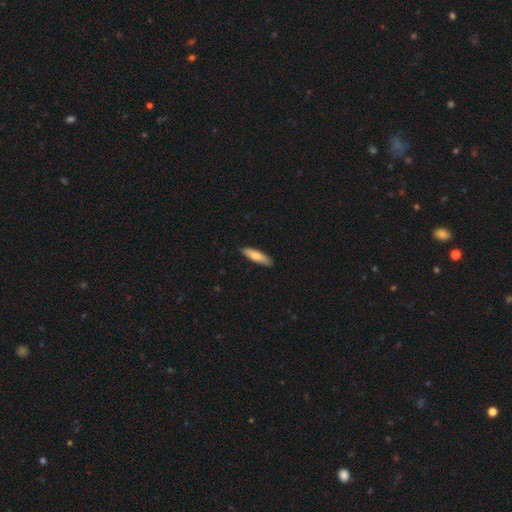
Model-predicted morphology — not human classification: This appears to be a smooth galaxy with no disk features (77%) that is cigar-shaped (64%). Merging: none (88%).